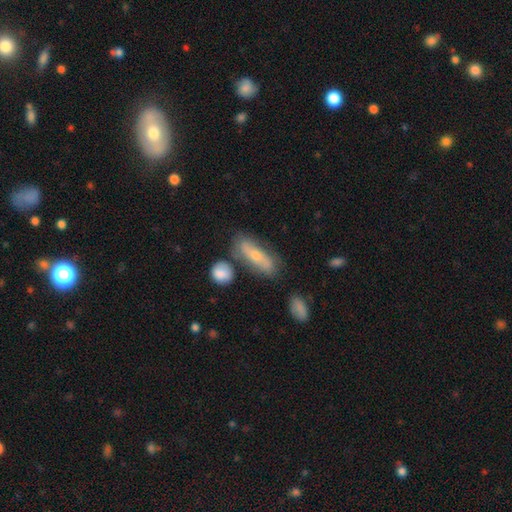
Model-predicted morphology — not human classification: A smooth galaxy with no disk features (51%) that is in between round and cigar-shaped (51%).

Vote fractions:
- Smooth or featured? smooth: 51% / featured or disk: 41% / star or artifact: 7%
- How rounded? in between: 51% / cigar-shaped: 45% / round: 4%
- Merging? none: 64% / minor disturbance: 20% / merger: 9% / major disturbance: 7%